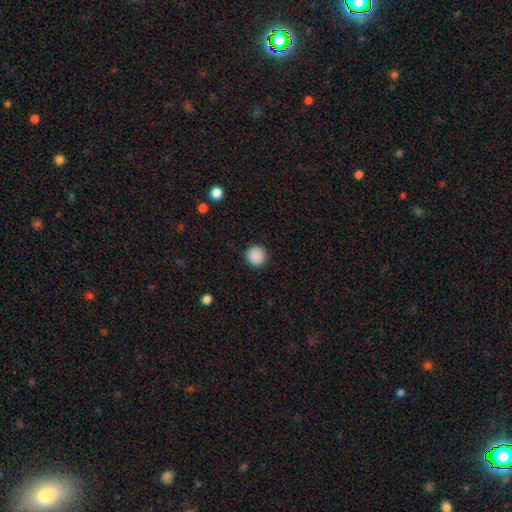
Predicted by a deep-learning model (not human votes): The model was most divided on "smooth or featured": smooth: 89%, star or artifact: 9%, featured or disk: 2%. More confident: how rounded — round (93%); merging — none (91%).